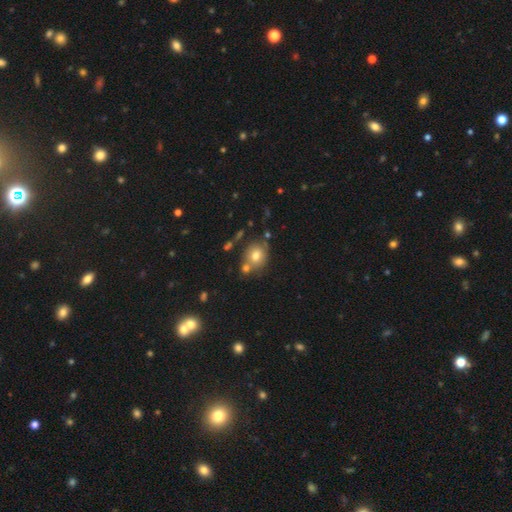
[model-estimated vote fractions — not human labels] A smooth galaxy with no disk features (74%) that is round (70%). Merging: none (62%).